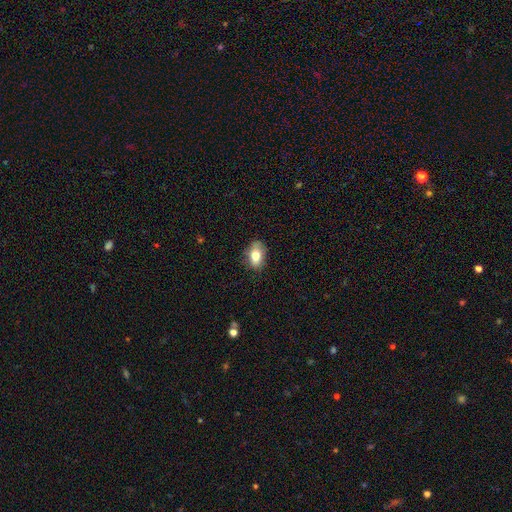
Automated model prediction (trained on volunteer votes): smooth-or-featured: smooth: 77% | featured or disk: 15% | star or artifact: 9%
  how-rounded: in between: 80% | round: 18% | cigar-shaped: 2%
  merging: none: 75% | minor disturbance: 19% | major disturbance: 4% | merger: 1%